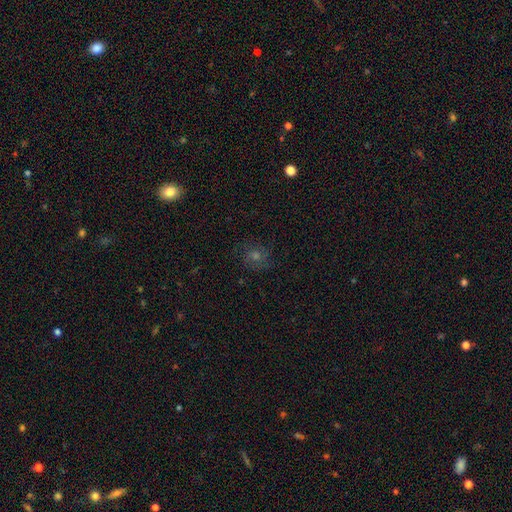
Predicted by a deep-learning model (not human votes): The model was most divided on "smooth or featured" (2-way tie): featured or disk: 35%, smooth: 35%, star or artifact: 30%. More confident: merging — none (81%).